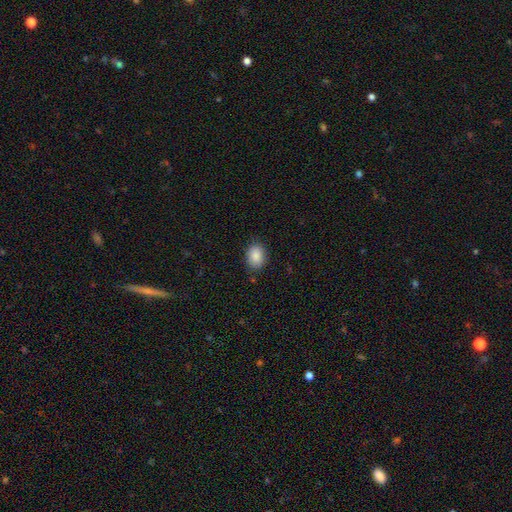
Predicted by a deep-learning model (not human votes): The model was most divided on "how rounded": in between: 72%, round: 27%, cigar-shaped: 1%. More confident: smooth or featured — smooth (88%); merging — none (85%).